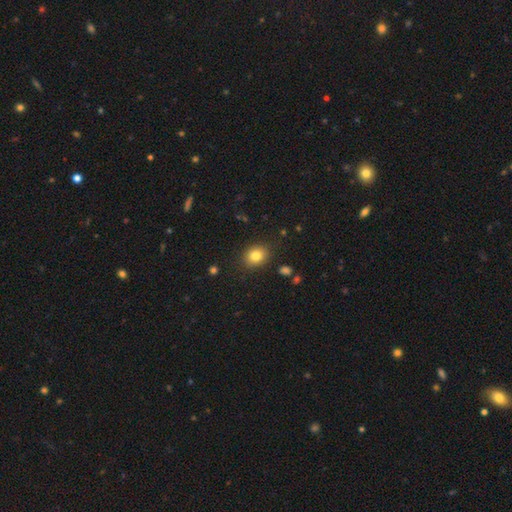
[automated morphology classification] This appears to be a smooth galaxy with no disk features (82%) that is round (51%). Merging: none (86%).